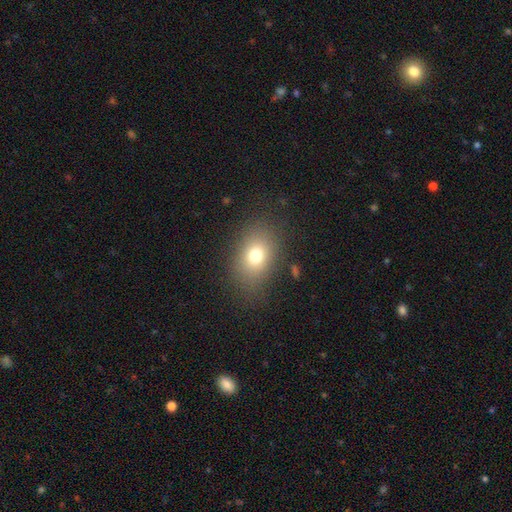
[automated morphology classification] A smooth galaxy with no disk features (74%) that is in between round and cigar-shaped (71%).

Vote fractions:
- Smooth or featured? smooth: 74% / star or artifact: 13% / featured or disk: 13%
- How rounded? in between: 71% / round: 28% / cigar-shaped: 1%
- Merging? none: 81% / minor disturbance: 12% / major disturbance: 6% / merger: 1%